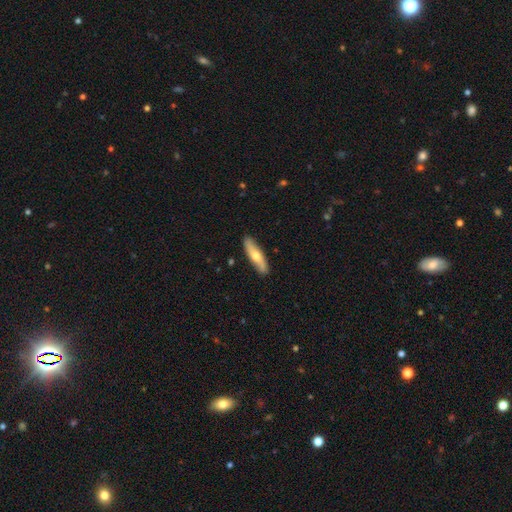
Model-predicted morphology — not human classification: A smooth galaxy with no disk features (55%) that is cigar-shaped (71%). Merging: none (87%).